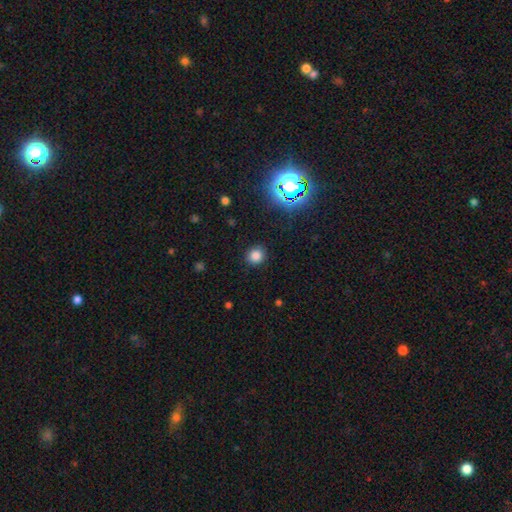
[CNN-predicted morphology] The model was most divided on "smooth or featured": smooth: 79%, star or artifact: 16%, featured or disk: 5%. More confident: merging — none (89%); how rounded — round (85%).